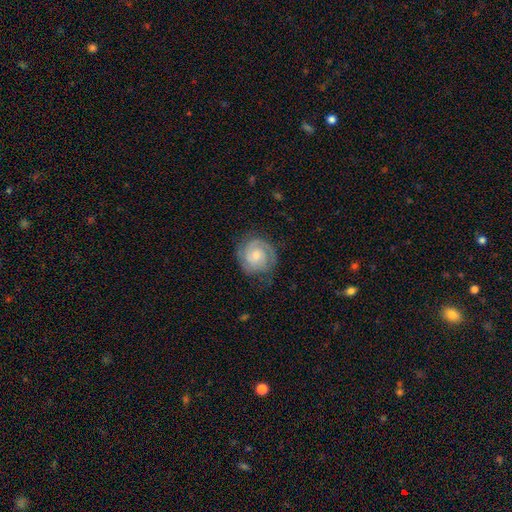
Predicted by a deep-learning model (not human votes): This appears to be a featured or disk galaxy (75%) with no bar (67%), 2 (65%) tight (64%) spiral arms (95%) and a small central bulge (47%). Merging: none (73%).